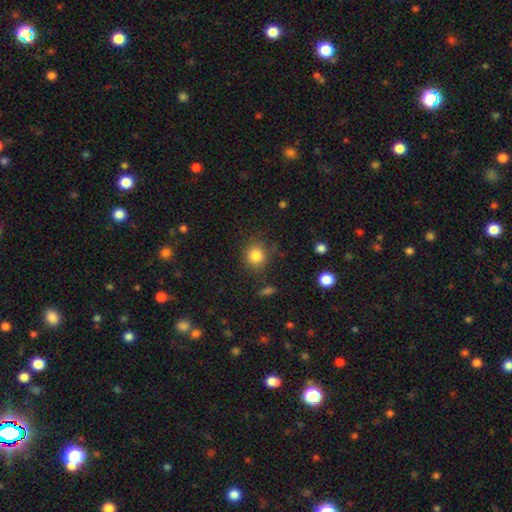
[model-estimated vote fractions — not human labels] smooth_or_featured: smooth (p=0.83) [alt: star or artifact p=0.11]
how_rounded: round (p=0.81) [alt: in between p=0.18]
merging: none (p=0.83) [alt: minor disturbance p=0.11]